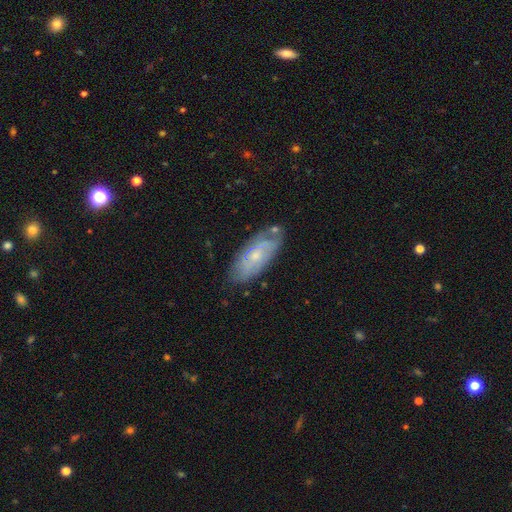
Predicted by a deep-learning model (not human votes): Smooth or featured?
  - featured or disk: 61% *
  - smooth: 32%
  - star or artifact: 7%
Edge-on disk?
  - no: 86% *
  - yes: 14%
Bar?
  - no: 70% *
  - weak: 26%
  - strong: 4%
Spiral arms?
  - yes: 78% *
  - no: 22%
Bulge size?
  - small: 65% *
  - moderate: 29%
  - none: 4%
  - large: 1%
  - dominant: 1%
Merging?
  - none: 69% *
  - minor disturbance: 22%
  - major disturbance: 5%
  - merger: 4%